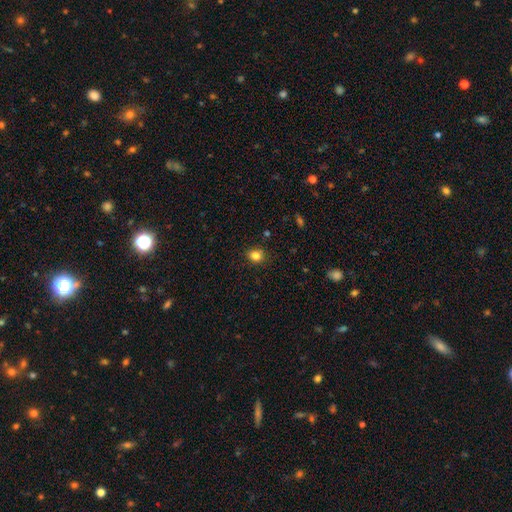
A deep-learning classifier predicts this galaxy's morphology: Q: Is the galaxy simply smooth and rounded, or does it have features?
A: smooth — 82%.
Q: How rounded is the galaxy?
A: round — 64%.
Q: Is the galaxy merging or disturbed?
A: none — 83%.